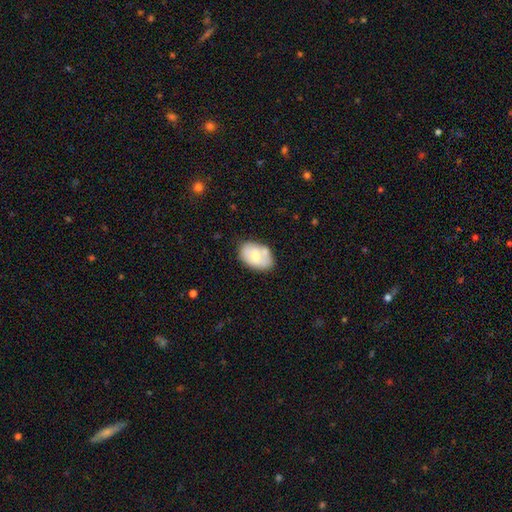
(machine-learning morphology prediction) Overall: smooth (60%; featured or disk 33%). How rounded: in between (88%). Merging: none (60%; minor disturbance 21%).